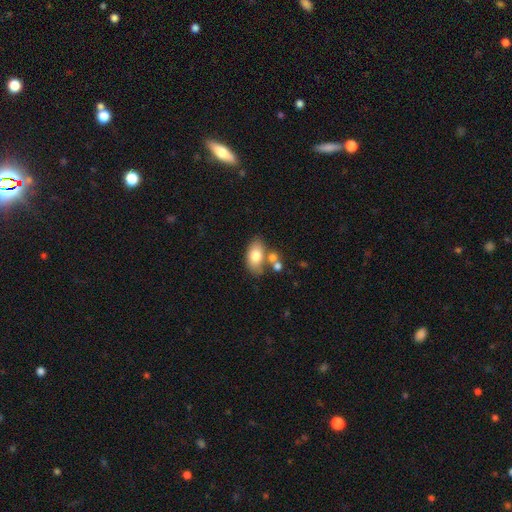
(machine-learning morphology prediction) The model was most divided on "merging": none: 59%, merger: 21%, minor disturbance: 15%, major disturbance: 5%. More confident: how rounded — in between (89%); smooth or featured — smooth (74%).